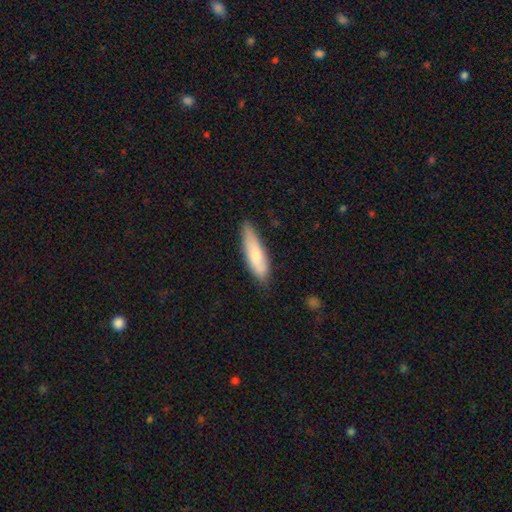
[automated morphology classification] This appears to be a smooth galaxy with no disk features (76%) that is cigar-shaped (59%). Merging: none (75%).